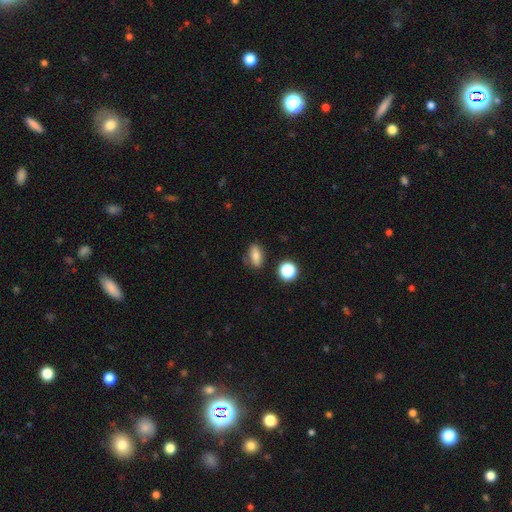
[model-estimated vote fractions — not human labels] Overall: smooth (76%). How rounded: in between (78%). Merging: none (72%).